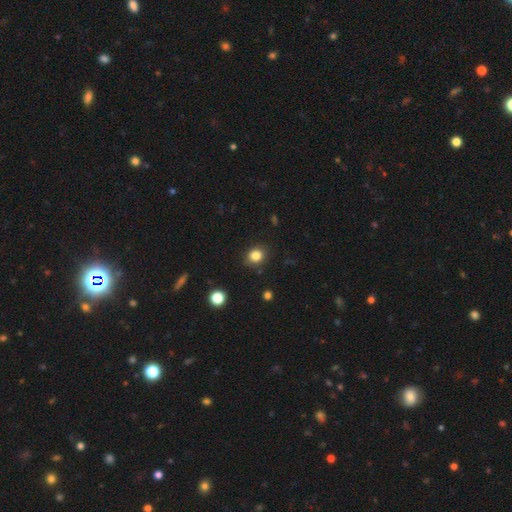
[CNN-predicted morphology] Smooth or featured? Predicted: smooth (p=0.84). How rounded? Predicted: round (p=0.77). Merging? Predicted: none (p=0.86).